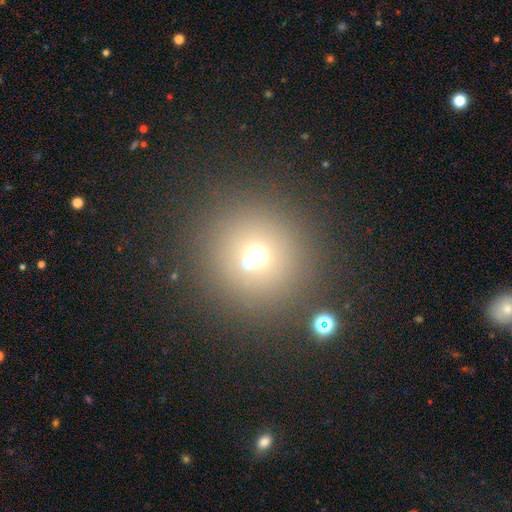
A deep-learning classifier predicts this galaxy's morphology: Smooth or featured? smooth (64%)
How rounded? round (94%)
Merging? none (77%)